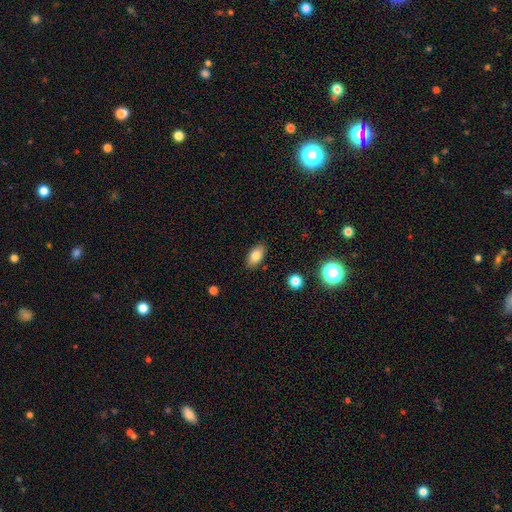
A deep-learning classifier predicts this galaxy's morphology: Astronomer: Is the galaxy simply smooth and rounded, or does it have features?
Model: smooth — 81%.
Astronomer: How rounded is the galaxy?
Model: in between — 91%.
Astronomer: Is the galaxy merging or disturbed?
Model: none — 87%.